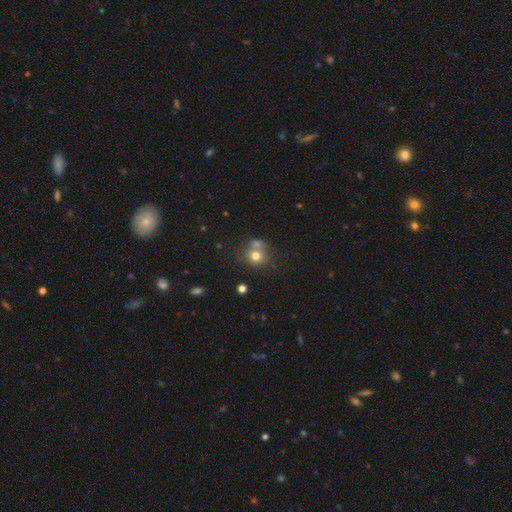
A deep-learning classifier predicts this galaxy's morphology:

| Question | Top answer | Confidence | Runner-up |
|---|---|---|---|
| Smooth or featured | smooth | 73% | featured or disk (14%) |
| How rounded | round | 82% | in between (18%) |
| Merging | none | 49% | merger (36%) |